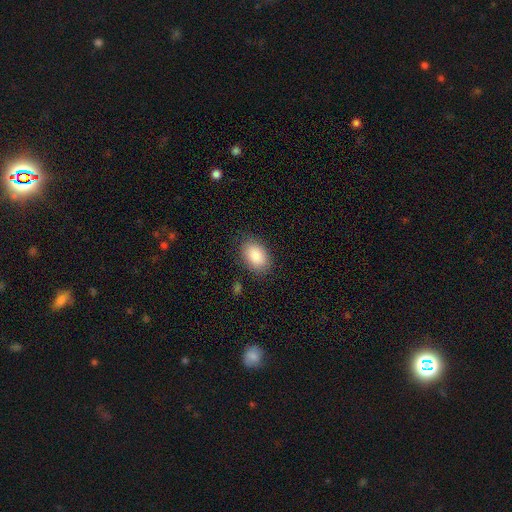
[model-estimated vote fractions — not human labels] Morphology: type=smooth (89%); roundness=in between (87%); merging=none (84%).